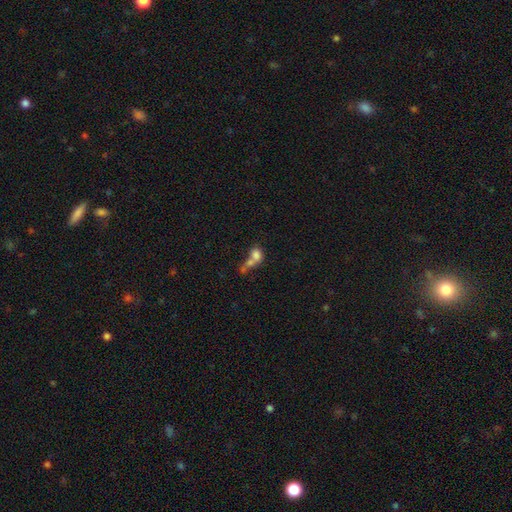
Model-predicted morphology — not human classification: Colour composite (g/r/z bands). It shows a smooth galaxy with no disk features (69%) that is round (50%). Merging: merger (66%).